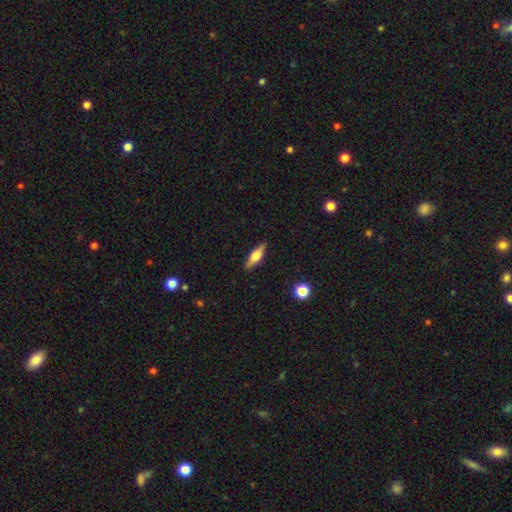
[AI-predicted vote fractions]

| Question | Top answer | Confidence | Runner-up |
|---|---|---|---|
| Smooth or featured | smooth | 48% | featured or disk (45%) |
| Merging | none | 88% | minor disturbance (9%) |